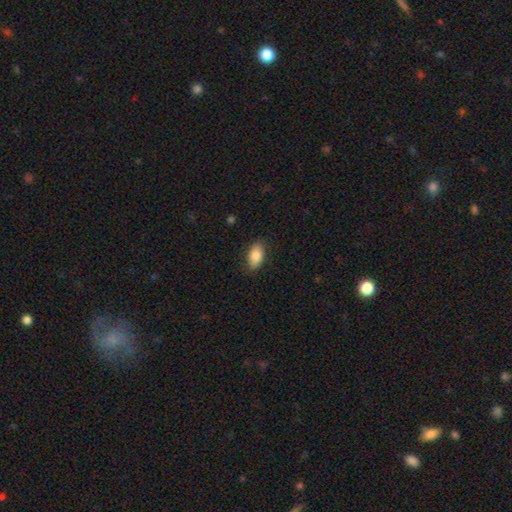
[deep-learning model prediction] Smooth or featured?
  - smooth: 82% *
  - featured or disk: 11%
  - star or artifact: 7%
How rounded?
  - in between: 91% *
  - round: 5%
  - cigar-shaped: 4%
Merging?
  - none: 84% *
  - minor disturbance: 12%
  - major disturbance: 2%
  - merger: 1%